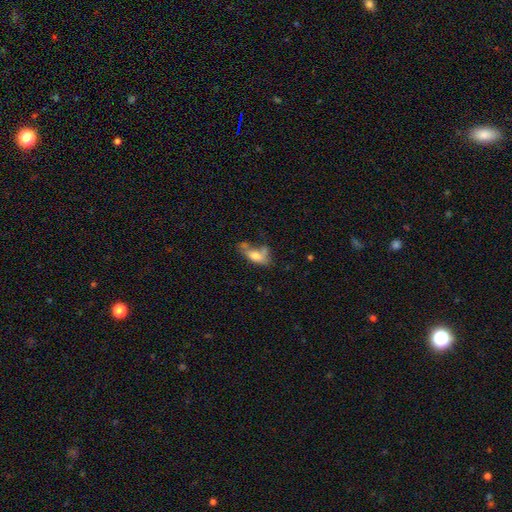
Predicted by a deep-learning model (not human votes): A smooth galaxy with no disk features (64%) that is in between round and cigar-shaped (75%).

Vote fractions:
- Smooth or featured? smooth: 64% / featured or disk: 27% / star or artifact: 9%
- How rounded? in between: 75% / cigar-shaped: 21% / round: 5%
- Merging? none: 32% / minor disturbance: 25% / major disturbance: 22% / merger: 22%